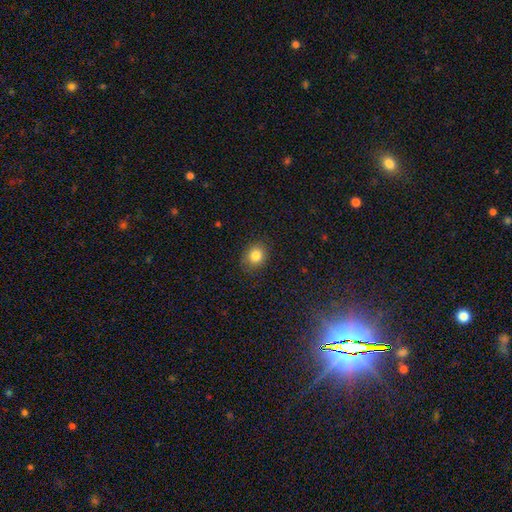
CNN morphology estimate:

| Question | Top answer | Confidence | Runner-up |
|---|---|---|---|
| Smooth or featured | smooth | 84% | star or artifact (10%) |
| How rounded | round | 70% | in between (29%) |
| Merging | none | 86% | minor disturbance (10%) |